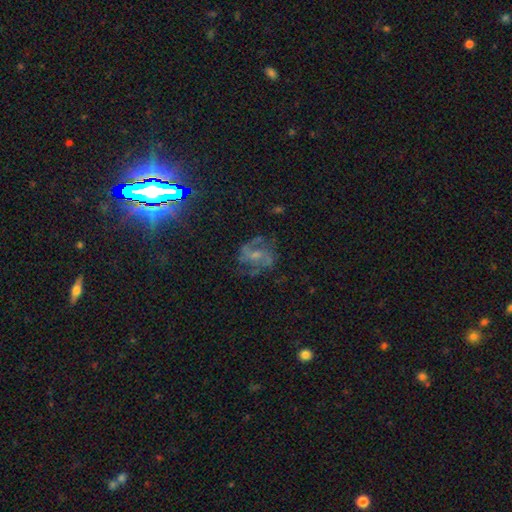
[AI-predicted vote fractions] Smooth or featured? Predicted: featured or disk (p=0.70). Edge-on disk? Predicted: no (p=0.97). Bar? Predicted: weak (p=0.46). Spiral arms? Predicted: yes (p=0.88). Spiral winding? Predicted: medium (p=0.52). Spiral arm count? Predicted: 2 (p=0.65). Bulge size? Predicted: small (p=0.47). Merging? Predicted: none (p=0.64).